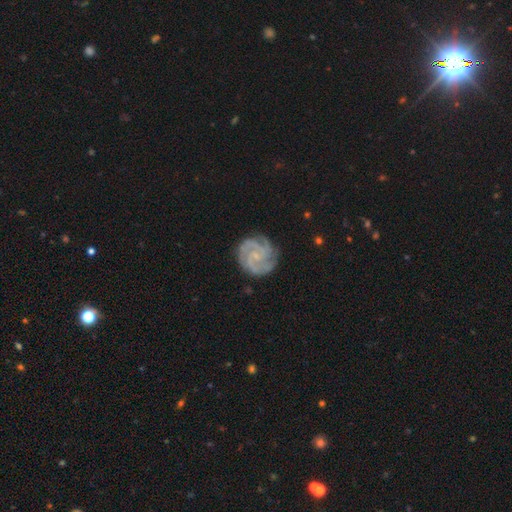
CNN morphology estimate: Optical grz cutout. It shows a featured or disk galaxy (88%) with no bar (65%), 3 (43%) tight (66%) spiral arms (98%) and a small central bulge (67%). Merging: none (81%).